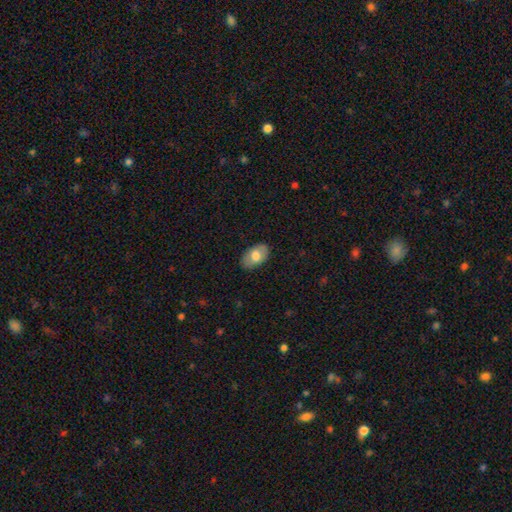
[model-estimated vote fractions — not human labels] Q: Smooth or featured?
A: smooth (73%); runner-up: featured or disk (20%)
Q: How rounded?
A: in between (93%); runner-up: round (6%)
Q: Merging?
A: none (86%); runner-up: minor disturbance (11%)